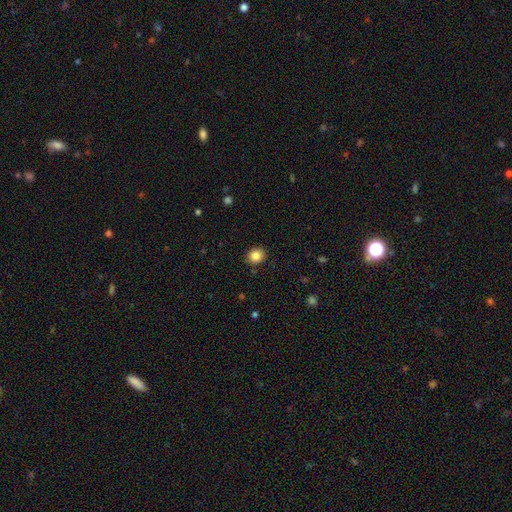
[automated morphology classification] smooth-or-featured: smooth: 85% | star or artifact: 10% | featured or disk: 5%
  how-rounded: round: 73% | in between: 26% | cigar-shaped: 1%
  merging: none: 89% | minor disturbance: 8% | major disturbance: 2% | merger: 1%